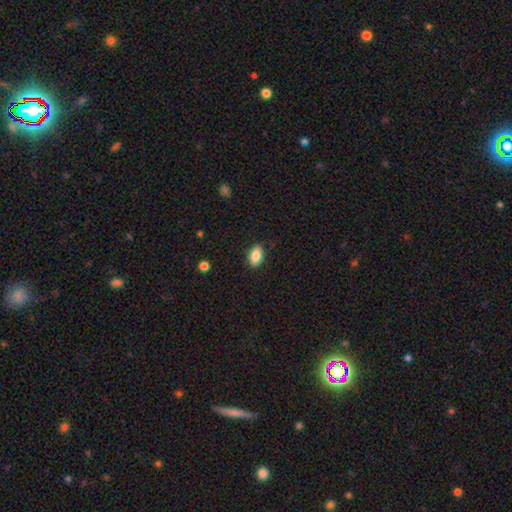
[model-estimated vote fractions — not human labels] Smooth or featured? Predicted: smooth (p=0.85). How rounded? Predicted: in between (p=0.91). Merging? Predicted: none (p=0.87).